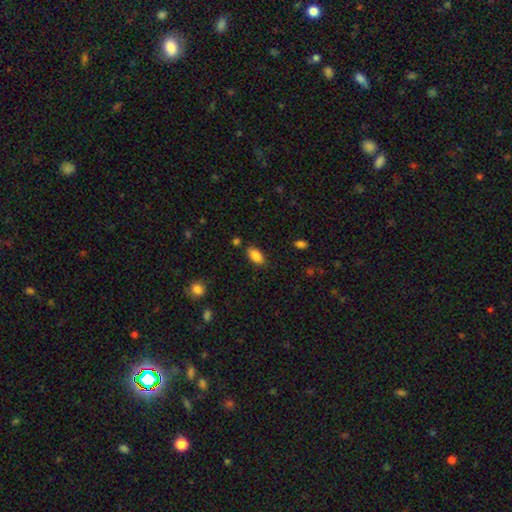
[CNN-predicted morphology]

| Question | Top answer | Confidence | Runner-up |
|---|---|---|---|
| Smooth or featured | smooth | 87% | star or artifact (8%) |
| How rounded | in between | 92% | round (4%) |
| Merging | none | 82% | minor disturbance (12%) |